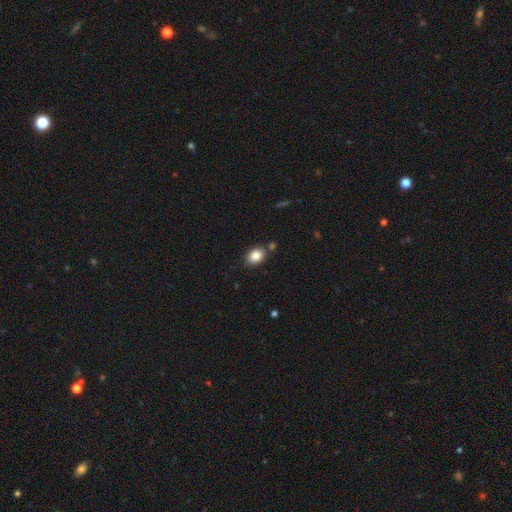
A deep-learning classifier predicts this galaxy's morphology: This is clearly a smooth galaxy (85%). How rounded: likely in between (74%). Merging: likely none (78%).